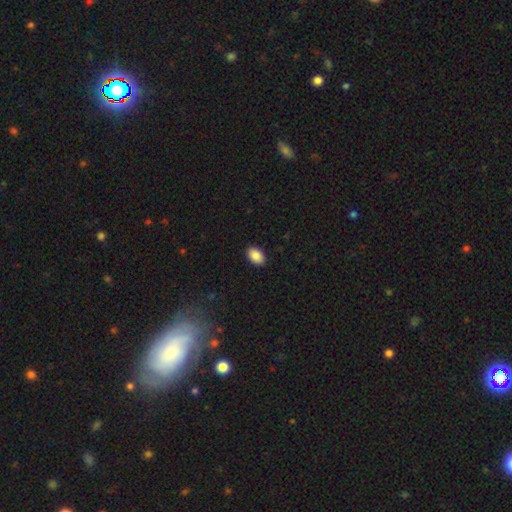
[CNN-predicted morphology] type=smooth (89%); roundness=in between (89%); merging=none (90%).